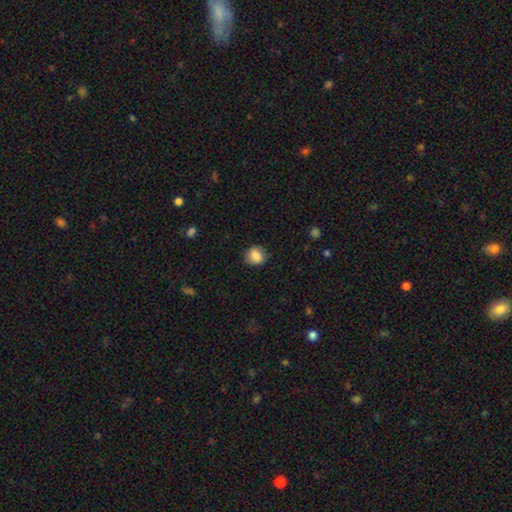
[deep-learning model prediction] A smooth galaxy with no disk features (83%) that is round (76%).

Vote fractions:
- Smooth or featured? smooth: 83% / star or artifact: 9% / featured or disk: 8%
- How rounded? round: 76% / in between: 23% / cigar-shaped: 1%
- Merging? none: 83% / minor disturbance: 13% / major disturbance: 3% / merger: 1%